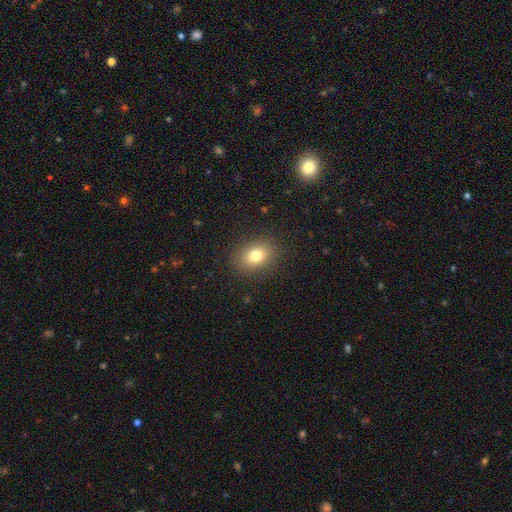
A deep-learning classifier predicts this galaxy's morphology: smooth-or-featured: smooth: 78% | star or artifact: 12% | featured or disk: 10%
  how-rounded: in between: 58% | round: 40% | cigar-shaped: 1%
  merging: none: 87% | minor disturbance: 8% | major disturbance: 3% | merger: 1%